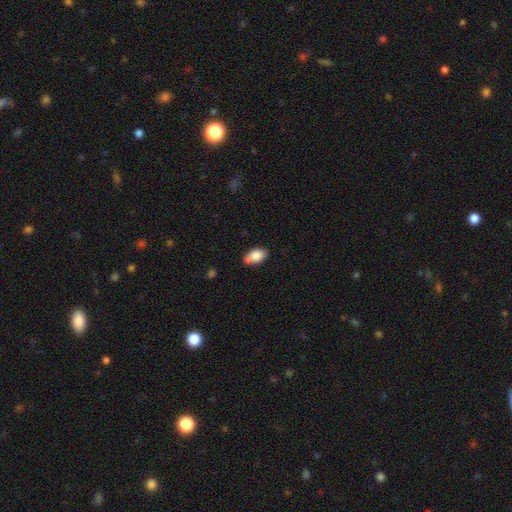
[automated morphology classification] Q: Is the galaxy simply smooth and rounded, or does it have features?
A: smooth — 82%.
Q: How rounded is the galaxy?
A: in between — 91%.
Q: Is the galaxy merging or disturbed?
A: none — 65%.